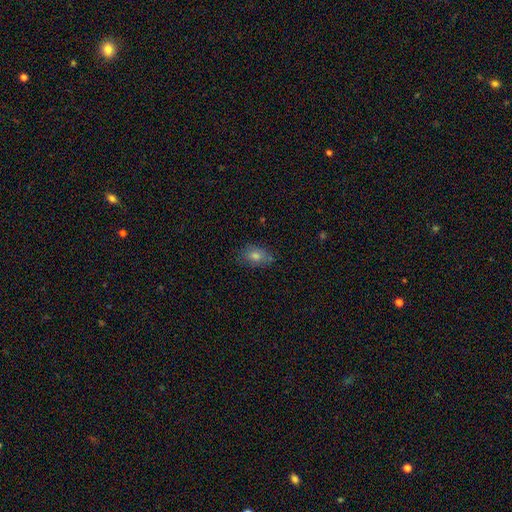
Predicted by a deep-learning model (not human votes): Smooth or featured?
  - smooth: 71% *
  - star or artifact: 15%
  - featured or disk: 14%
How rounded?
  - in between: 74% *
  - round: 23%
  - cigar-shaped: 2%
Merging?
  - none: 78% *
  - minor disturbance: 16%
  - major disturbance: 3%
  - merger: 2%